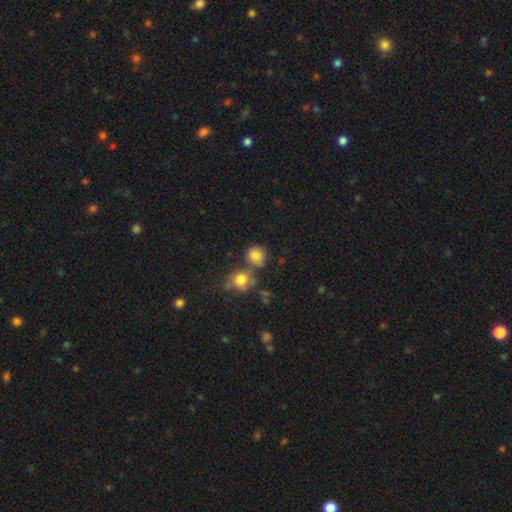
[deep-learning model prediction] smooth-or-featured: smooth: 80% | star or artifact: 11% | featured or disk: 9%
  how-rounded: round: 81% | in between: 18% | cigar-shaped: 1%
  merging: none: 54% | merger: 26% | minor disturbance: 14% | major disturbance: 6%